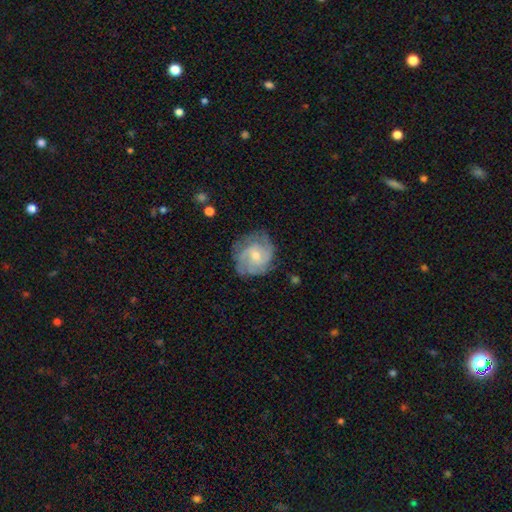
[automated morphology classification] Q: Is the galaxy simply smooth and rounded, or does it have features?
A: featured or disk — 70%.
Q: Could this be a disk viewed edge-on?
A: no — 98%.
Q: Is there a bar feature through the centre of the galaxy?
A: no — 51%.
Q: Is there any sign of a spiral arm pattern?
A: yes — 88%.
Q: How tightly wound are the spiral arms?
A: tight — 45%.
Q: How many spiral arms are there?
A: can't tell — 36%.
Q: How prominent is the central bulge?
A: small — 54%.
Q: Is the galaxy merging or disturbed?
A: none — 67%.